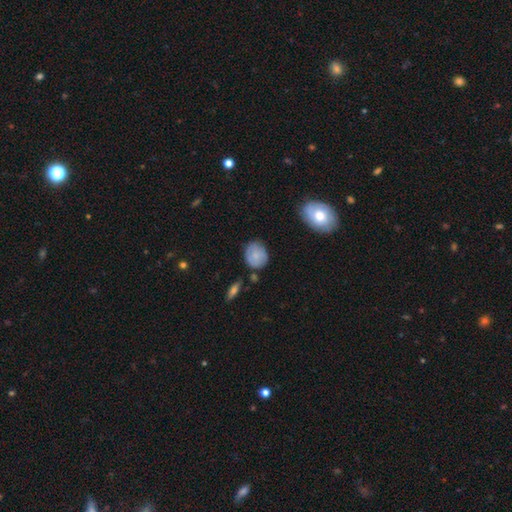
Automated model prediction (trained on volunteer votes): This appears to be a smooth galaxy with no disk features (75%) that is round (64%). Merging: none (71%).